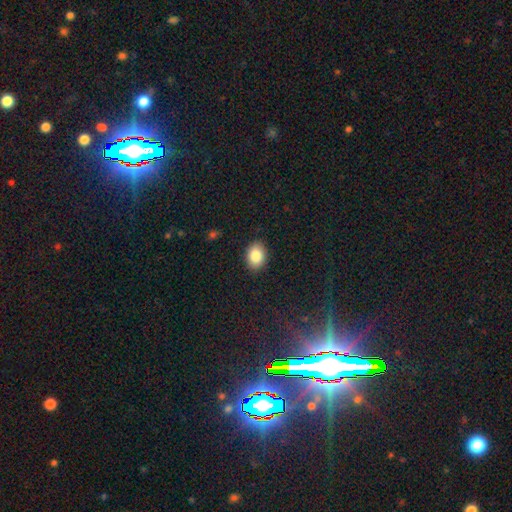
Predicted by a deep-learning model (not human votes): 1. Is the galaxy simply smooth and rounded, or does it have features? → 85% smooth, 8% star or artifact, 7% featured or disk.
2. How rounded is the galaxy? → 69% in between, 30% round, 1% cigar-shaped.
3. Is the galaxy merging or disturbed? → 89% none, 8% minor disturbance, 2% major disturbance, 1% merger.